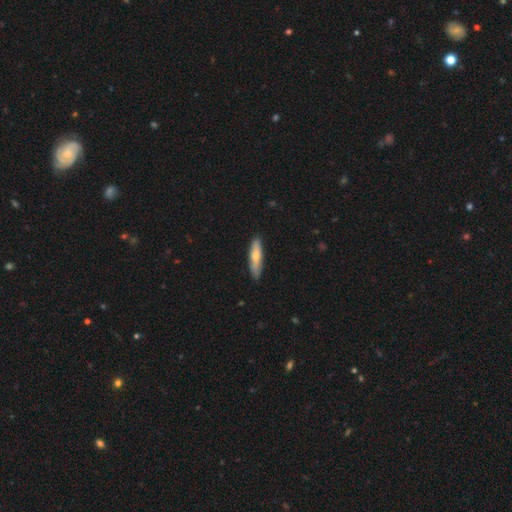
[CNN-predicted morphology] A smooth galaxy with no disk features (67%) that is cigar-shaped (72%).

Vote fractions:
- Smooth or featured? smooth: 67% / featured or disk: 28% / star or artifact: 5%
- How rounded? cigar-shaped: 72% / in between: 26% / round: 2%
- Merging? none: 86% / minor disturbance: 11% / major disturbance: 2% / merger: 1%